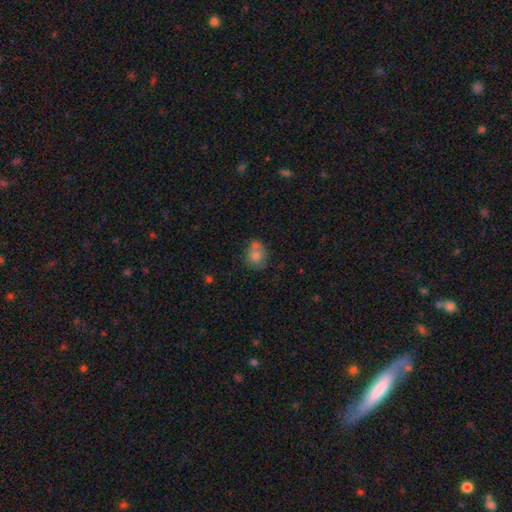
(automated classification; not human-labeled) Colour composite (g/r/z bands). It shows a smooth galaxy with no disk features (74%) that is round (67%). Merging: none (42%).